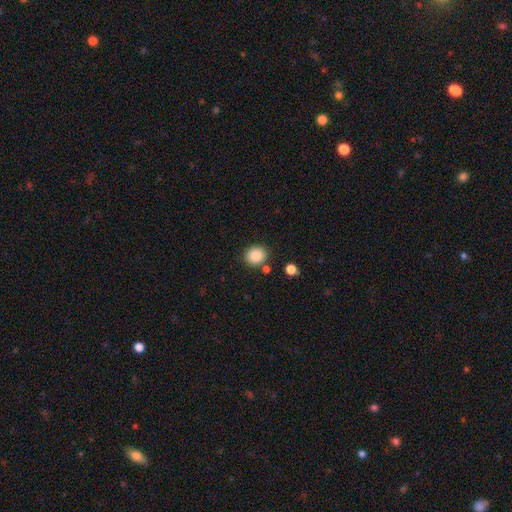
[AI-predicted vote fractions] The model was most divided on "how rounded": round: 75%, in between: 24%, cigar-shaped: 1%. More confident: smooth or featured — smooth (87%); merging — none (83%).